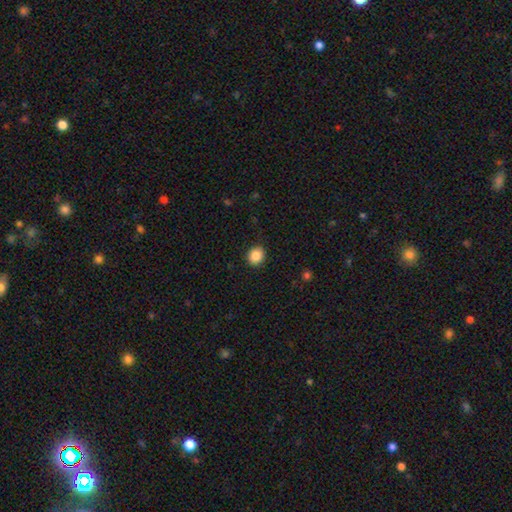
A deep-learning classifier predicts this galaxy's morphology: type=smooth (87%); roundness=round (78%); merging=none (91%).